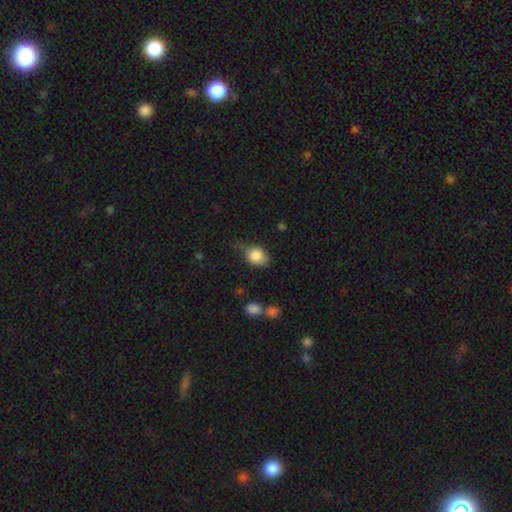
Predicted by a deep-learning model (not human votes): Smooth or featured?
  - smooth: 82% *
  - featured or disk: 10%
  - star or artifact: 8%
How rounded?
  - in between: 52% *
  - round: 47%
  - cigar-shaped: 1%
Merging?
  - none: 45% *
  - minor disturbance: 37%
  - major disturbance: 14%
  - merger: 4%